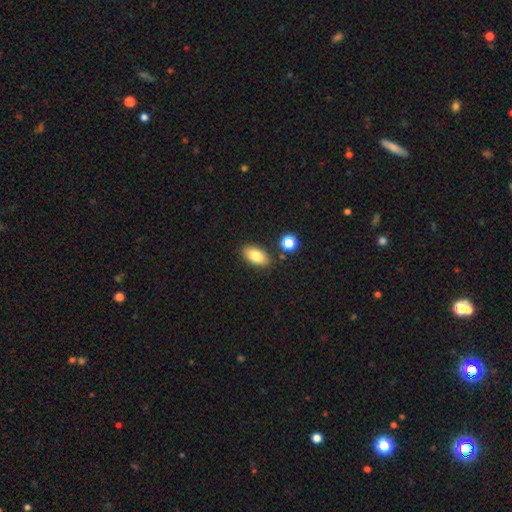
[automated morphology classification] smooth 81%, featured or disk 11%, star or artifact 8%. Down the decision tree: how rounded — in between (91%); merging — none (84%).